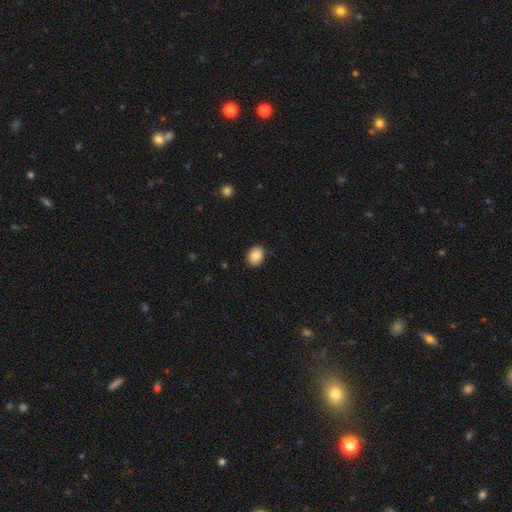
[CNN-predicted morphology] A smooth galaxy with no disk features (88%) that is round (52%).

Vote fractions:
- Smooth or featured? smooth: 88% / star or artifact: 8% / featured or disk: 4%
- How rounded? round: 52% / in between: 47% / cigar-shaped: 1%
- Merging? none: 88% / minor disturbance: 9% / major disturbance: 2% / merger: 1%